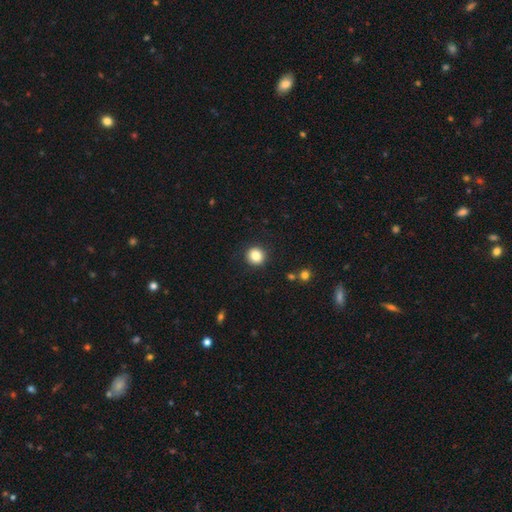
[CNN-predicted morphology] Smooth or featured? Predicted: smooth (p=0.85). How rounded? Predicted: round (p=0.91). Merging? Predicted: none (p=0.91).